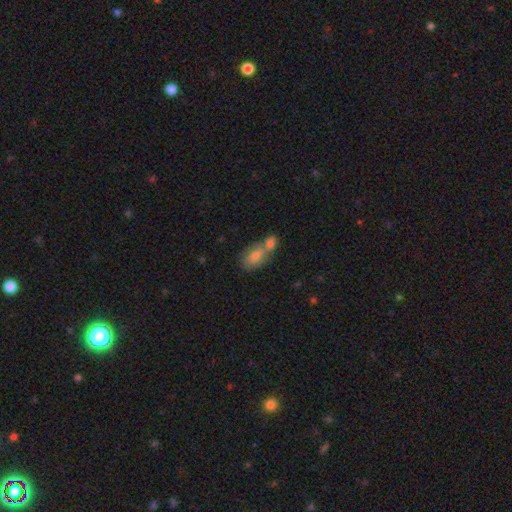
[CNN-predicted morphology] Overall: smooth (72%). How rounded: in between (85%). Merging: merger (56%; none 31%).